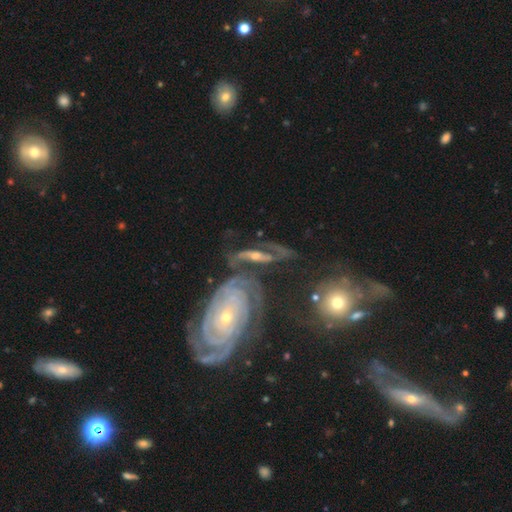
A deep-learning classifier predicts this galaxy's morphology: type=featured or disk (81%); edge-on=no (84%); bar=no (44%); spiral arms=yes (89%); winding=medium (37%); arm count=2 (70%); bulge=small (49%); merging=none (45%).